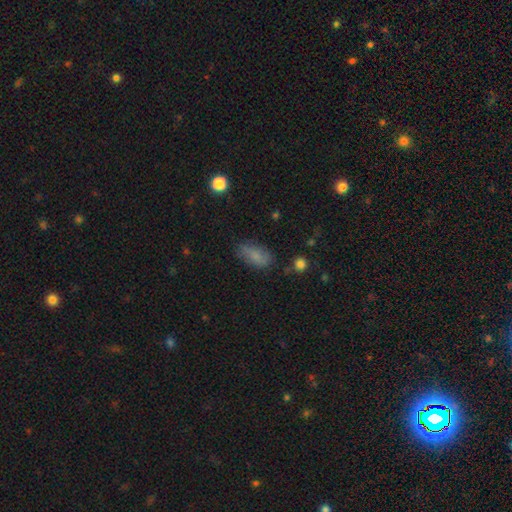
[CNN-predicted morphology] A smooth galaxy with no disk features (76%) that is in between round and cigar-shaped (88%). Merging: none (73%).